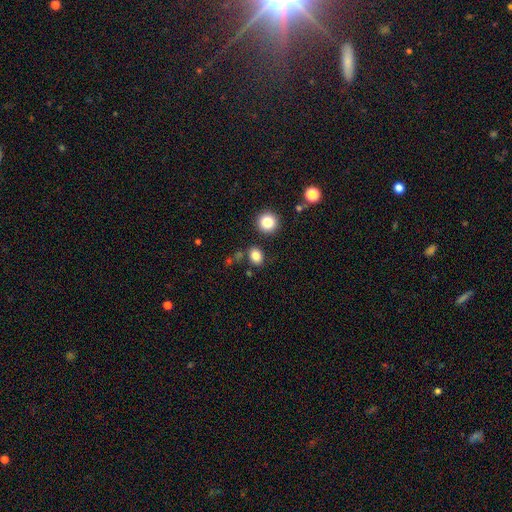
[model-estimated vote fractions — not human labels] A smooth galaxy with no disk features (83%) that is in between round and cigar-shaped (52%).

Vote fractions:
- Smooth or featured? smooth: 83% / star or artifact: 12% / featured or disk: 5%
- How rounded? in between: 52% / round: 47% / cigar-shaped: 1%
- Merging? none: 80% / minor disturbance: 10% / merger: 7% / major disturbance: 4%